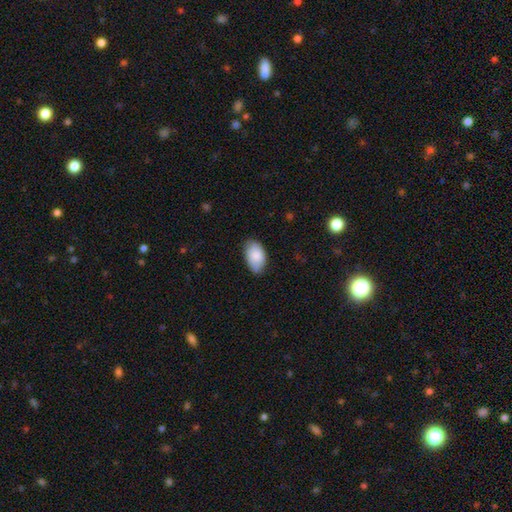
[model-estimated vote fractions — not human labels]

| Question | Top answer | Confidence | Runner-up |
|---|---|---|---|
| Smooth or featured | smooth | 86% | featured or disk (8%) |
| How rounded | in between | 94% | round (5%) |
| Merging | none | 72% | minor disturbance (23%) |